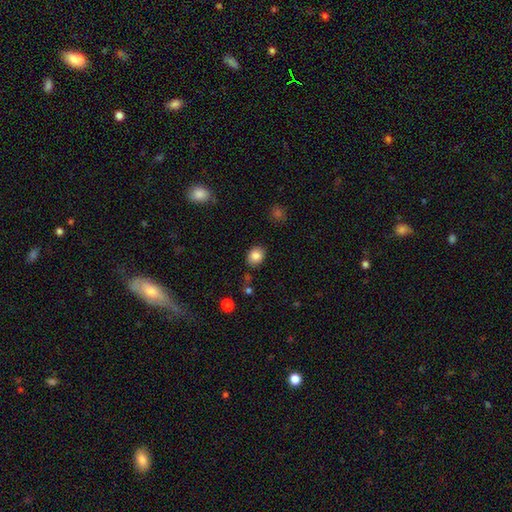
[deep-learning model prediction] Smooth or featured? Predicted: smooth (p=0.85). How rounded? Predicted: in between (p=0.50). Merging? Predicted: none (p=0.82).